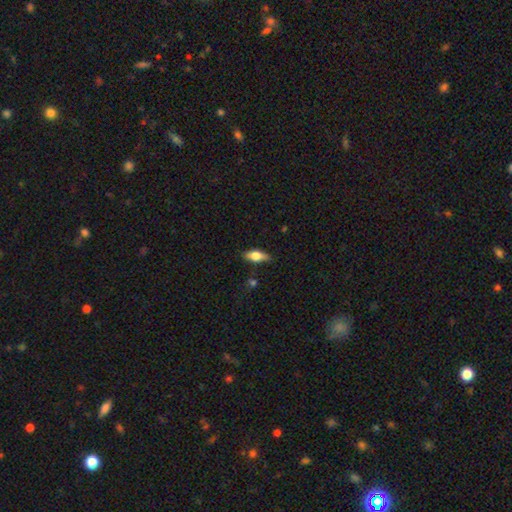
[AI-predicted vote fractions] This appears to be a smooth galaxy with no disk features (62%) that is in between round and cigar-shaped (74%). Merging: none (79%).